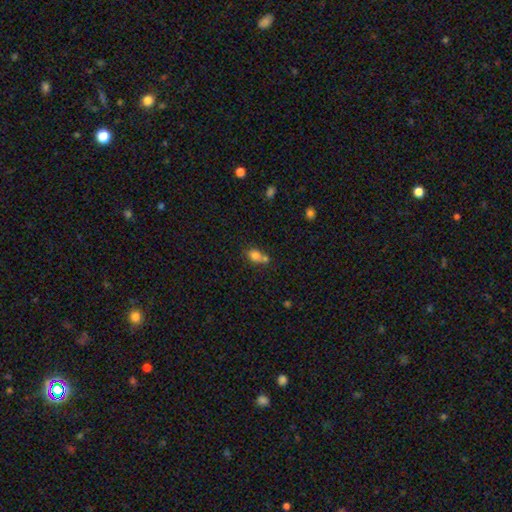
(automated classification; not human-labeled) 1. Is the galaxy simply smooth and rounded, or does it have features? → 78% smooth, 12% star or artifact, 10% featured or disk.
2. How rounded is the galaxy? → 50% in between, 49% round, 2% cigar-shaped.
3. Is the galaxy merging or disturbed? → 46% merger, 38% none, 11% minor disturbance, 5% major disturbance.